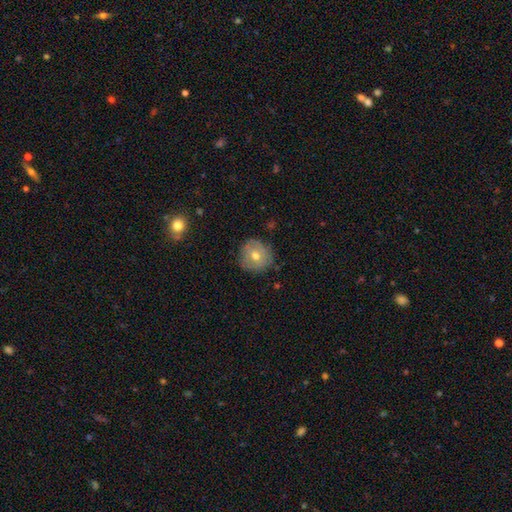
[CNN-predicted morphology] A smooth galaxy with no disk features (58%) that is round (92%). Merging: none (81%).